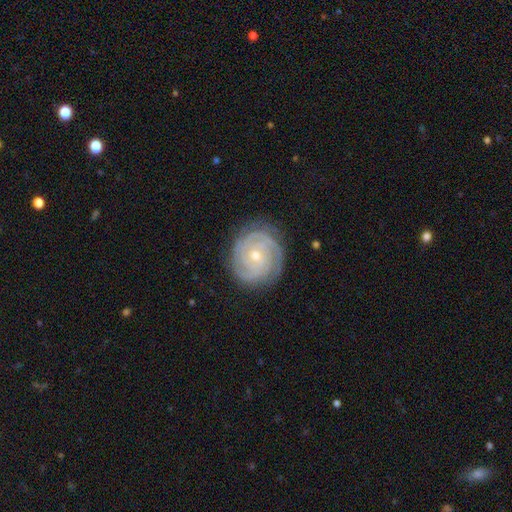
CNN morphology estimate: Smooth or featured? Predicted: featured or disk (p=0.88). Edge-on disk? Predicted: no (p=0.98). Bar? Predicted: no (p=0.73). Spiral arms? Predicted: yes (p=0.98). Spiral winding? Predicted: tight (p=0.83). Spiral arm count? Predicted: 3 (p=0.34). Bulge size? Predicted: small (p=0.62). Merging? Predicted: none (p=0.83).